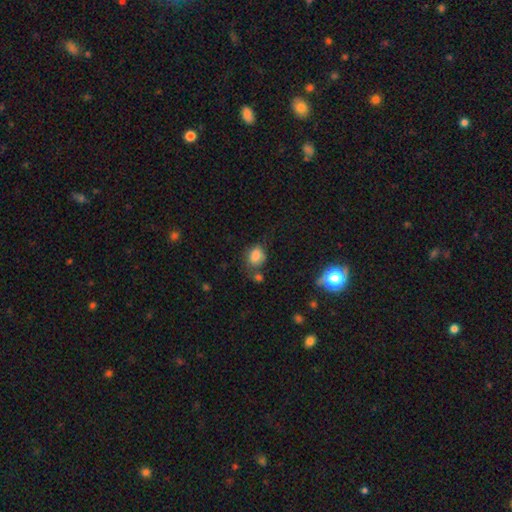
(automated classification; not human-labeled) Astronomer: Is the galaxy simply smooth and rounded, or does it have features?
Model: smooth — 81%.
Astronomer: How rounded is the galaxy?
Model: in between — 62% (runner-up: round, 37%).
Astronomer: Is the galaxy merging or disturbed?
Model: none — 49% (runner-up: minor disturbance, 26%).